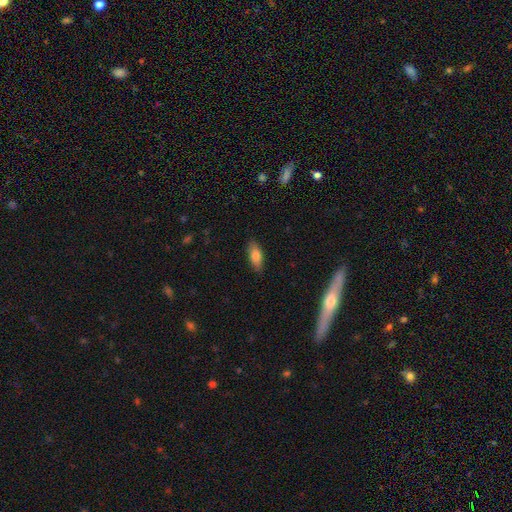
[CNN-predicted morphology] type=smooth (80%); roundness=in between (78%); merging=none (86%).